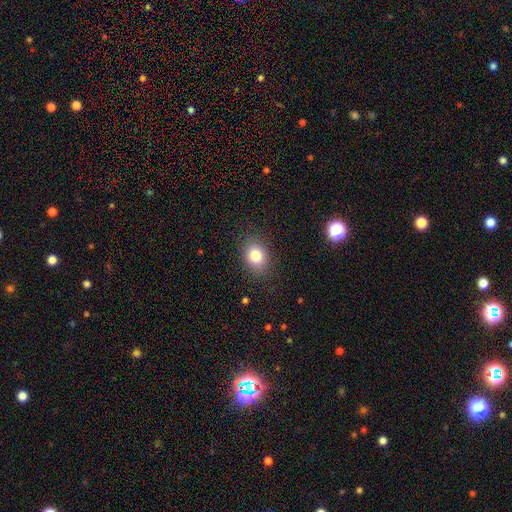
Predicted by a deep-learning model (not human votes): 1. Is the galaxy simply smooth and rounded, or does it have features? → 81% smooth, 10% star or artifact, 8% featured or disk.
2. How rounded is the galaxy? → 60% in between, 39% round, 1% cigar-shaped.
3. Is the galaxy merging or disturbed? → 84% none, 11% minor disturbance, 4% major disturbance, 1% merger.